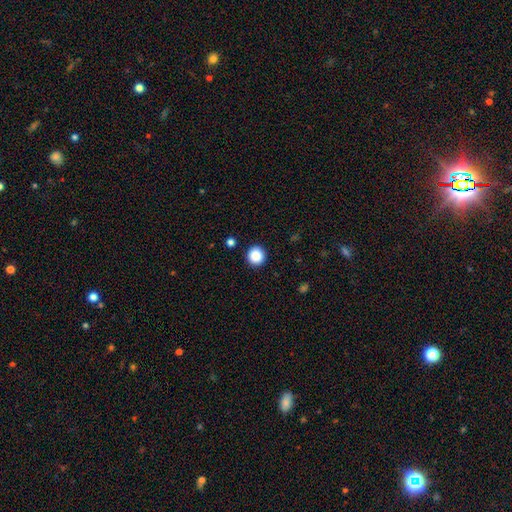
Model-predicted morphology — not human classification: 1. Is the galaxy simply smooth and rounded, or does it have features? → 88% smooth, 9% star or artifact, 3% featured or disk.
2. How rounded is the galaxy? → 95% round, 4% in between, 1% cigar-shaped.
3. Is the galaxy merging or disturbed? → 92% none, 5% minor disturbance, 2% major disturbance, 1% merger.